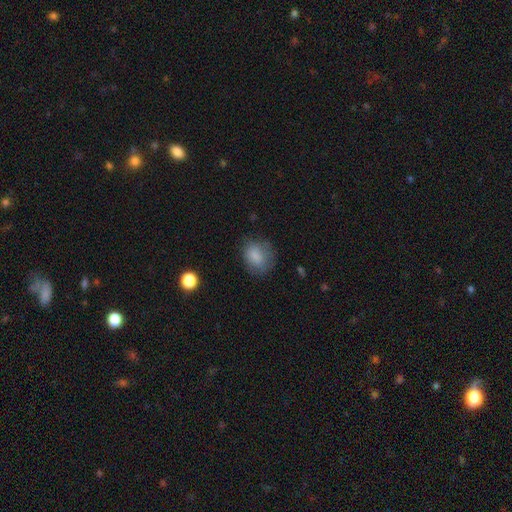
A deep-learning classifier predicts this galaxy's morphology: A smooth galaxy with no disk features (82%) that is round (55%).

Vote fractions:
- Smooth or featured? smooth: 82% / star or artifact: 9% / featured or disk: 9%
- How rounded? round: 55% / in between: 44% / cigar-shaped: 1%
- Merging? none: 65% / minor disturbance: 23% / major disturbance: 10% / merger: 2%